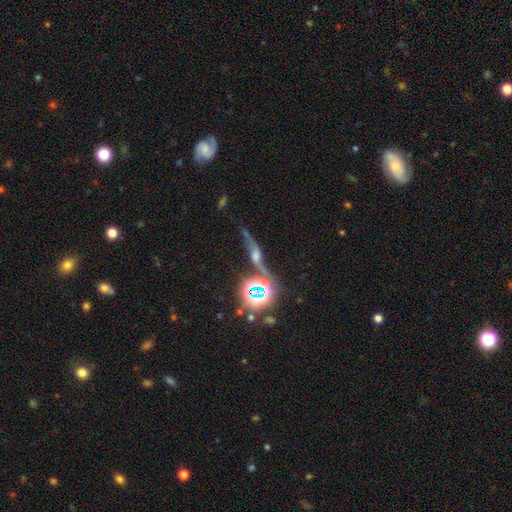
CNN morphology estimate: Smooth or featured?
  - featured or disk: 53% *
  - star or artifact: 31%
  - smooth: 16%
Edge-on disk?
  - yes: 79% *
  - no: 21%
Merging?
  - none: 68% *
  - minor disturbance: 16%
  - merger: 9%
  - major disturbance: 7%